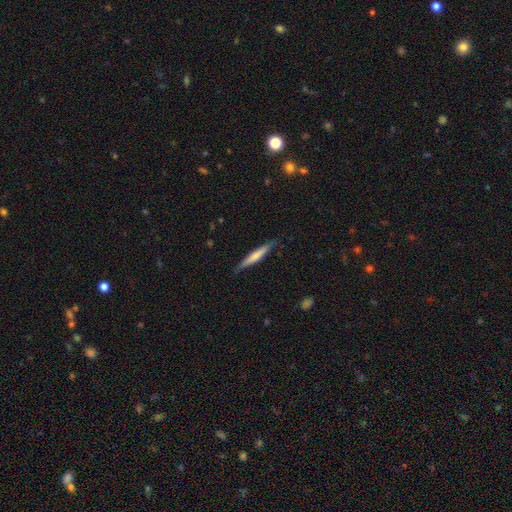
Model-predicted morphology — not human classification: This is possibly a smooth galaxy (56%). How rounded: clearly cigar-shaped (94%). Merging: clearly none (85%).